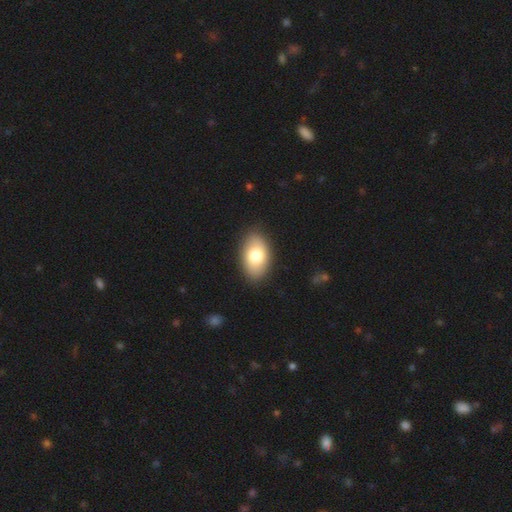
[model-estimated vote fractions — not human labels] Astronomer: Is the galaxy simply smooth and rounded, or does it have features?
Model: smooth — 78%.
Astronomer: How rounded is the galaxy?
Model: in between — 92%.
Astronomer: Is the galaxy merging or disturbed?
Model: none — 87%.